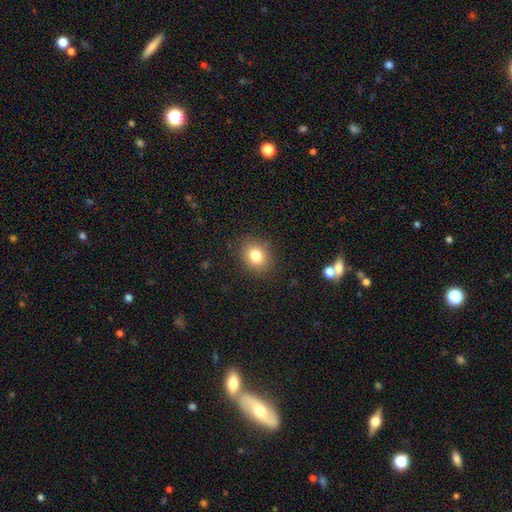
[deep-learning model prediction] Smooth or featured? Predicted: smooth (p=0.81). How rounded? Predicted: round (p=0.63). Merging? Predicted: none (p=0.86).